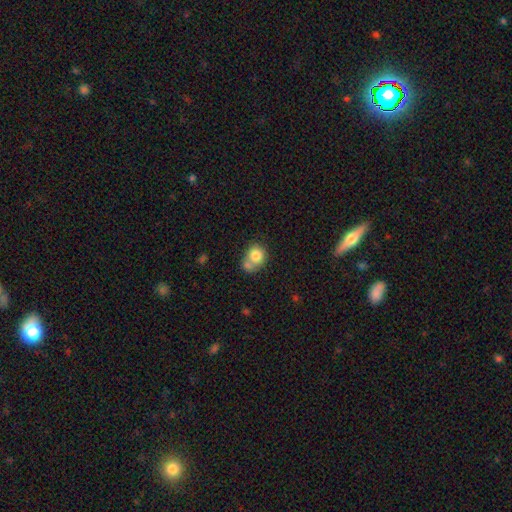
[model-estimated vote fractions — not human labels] A smooth galaxy with no disk features (80%) that is round (74%). Merging: merger (42%).